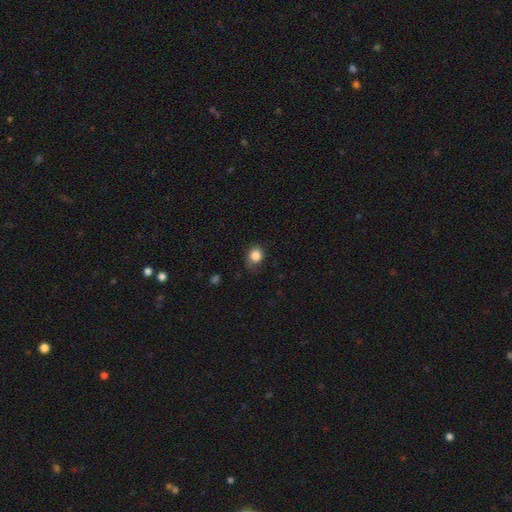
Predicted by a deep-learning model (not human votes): Smooth or featured? smooth (84%)
How rounded? round (68%)
Merging? none (71%)